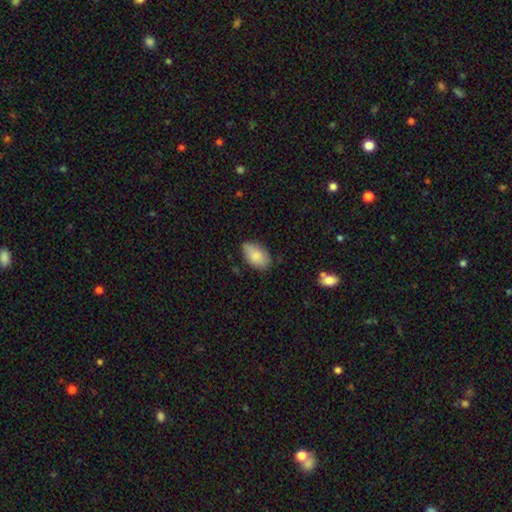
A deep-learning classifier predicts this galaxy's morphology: smooth_or_featured: smooth (p=0.84) [alt: featured or disk p=0.10]
how_rounded: in between (p=0.93) [alt: round p=0.06]
merging: none (p=0.74) [alt: minor disturbance p=0.21]